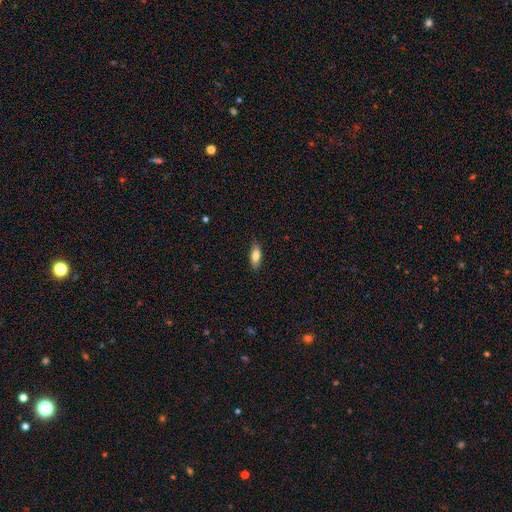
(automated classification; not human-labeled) A smooth galaxy with no disk features (79%) that is in between round and cigar-shaped (76%).

Vote fractions:
- Smooth or featured? smooth: 79% / featured or disk: 15% / star or artifact: 7%
- How rounded? in between: 76% / cigar-shaped: 22% / round: 3%
- Merging? none: 84% / minor disturbance: 13% / major disturbance: 2% / merger: 1%